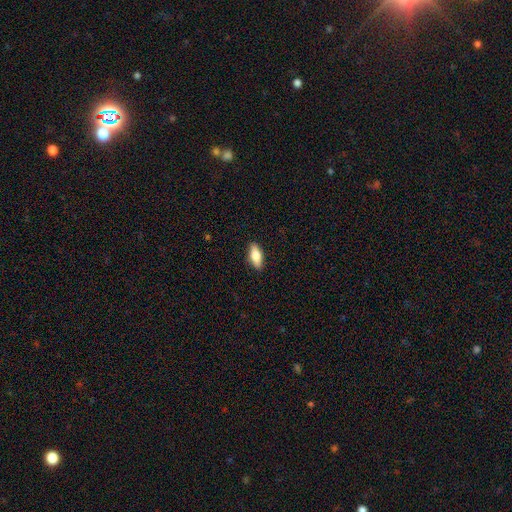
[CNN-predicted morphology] Q: Smooth or featured?
A: smooth (74%); runner-up: featured or disk (20%)
Q: How rounded?
A: in between (74%); runner-up: cigar-shaped (23%)
Q: Merging?
A: none (89%); runner-up: minor disturbance (9%)